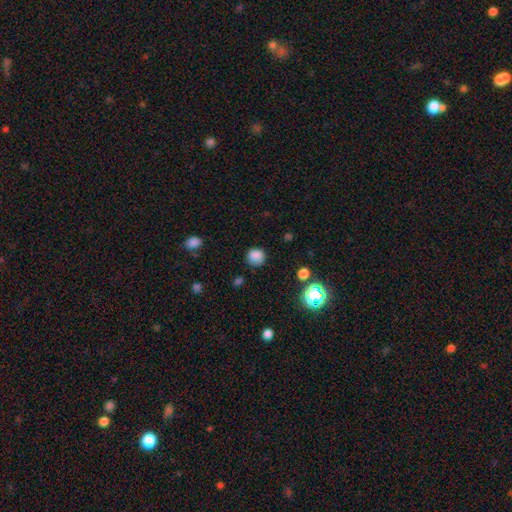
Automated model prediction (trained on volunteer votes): Morphology: type=smooth (82%); roundness=round (84%); merging=none (78%).